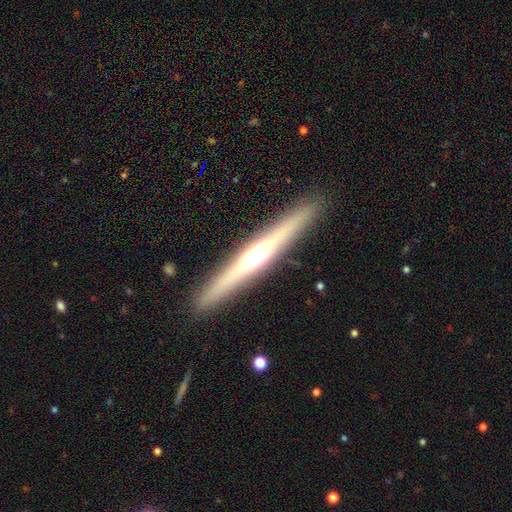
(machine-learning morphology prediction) This appears to be a featured or disk galaxy (70%) viewed edge-on (97%) with a rounded central bulge (82%). Merging: none (92%).